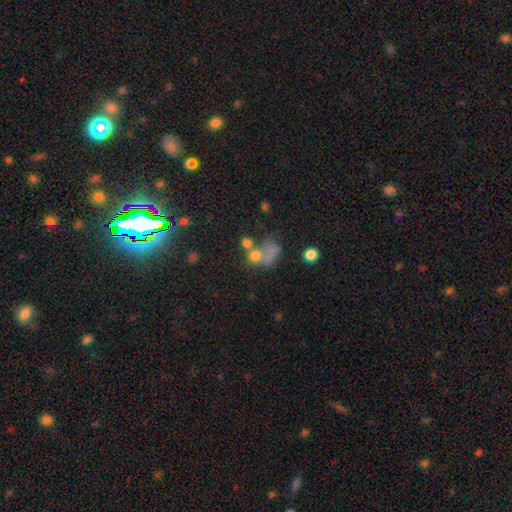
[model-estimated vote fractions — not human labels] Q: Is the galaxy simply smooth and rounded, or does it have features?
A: smooth — 64%.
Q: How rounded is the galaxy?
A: round — 66%.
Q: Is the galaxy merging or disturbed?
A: merger — 39%.